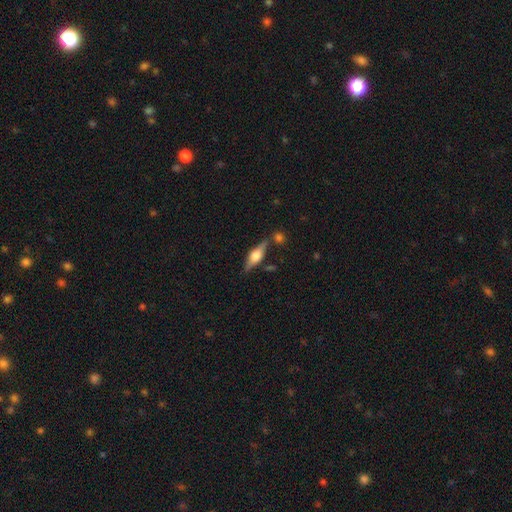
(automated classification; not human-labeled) Smooth or featured?
  - featured or disk: 67% *
  - smooth: 27%
  - star or artifact: 7%
Edge-on disk?
  - yes: 95% *
  - no: 5%
Edge-on bulge?
  - rounded: 90% *
  - boxy: 8%
  - none: 2%
Merging?
  - none: 75% *
  - minor disturbance: 12%
  - merger: 9%
  - major disturbance: 4%